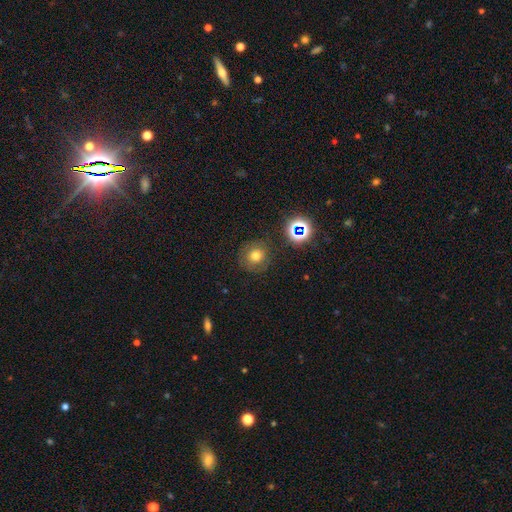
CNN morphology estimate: Smooth or featured? Predicted: smooth (p=0.67). How rounded? Predicted: round (p=0.89). Merging? Predicted: none (p=0.82).